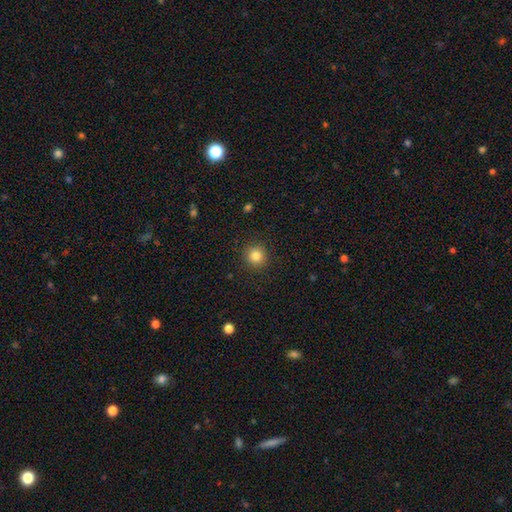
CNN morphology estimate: Overall: smooth (83%). How rounded: round (94%). Merging: none (91%).